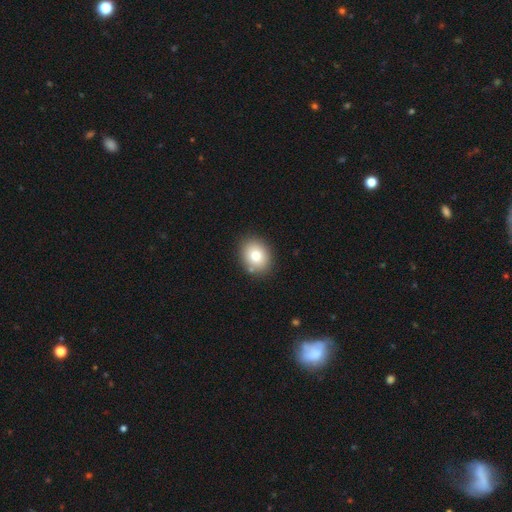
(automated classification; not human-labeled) smooth_or_featured: smooth (p=0.79) [alt: featured or disk p=0.12]
how_rounded: in between (p=0.50) [alt: round p=0.49]
merging: none (p=0.85) [alt: minor disturbance p=0.10]